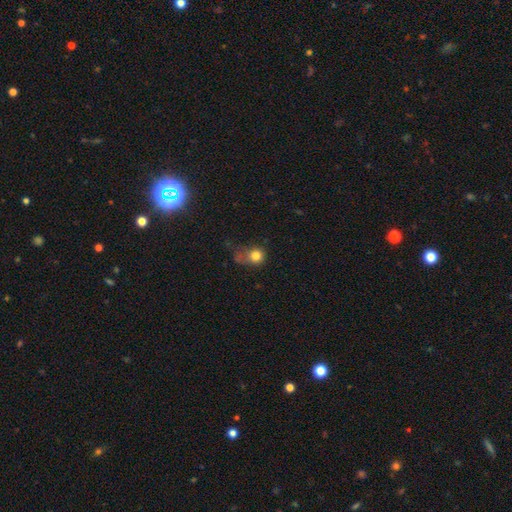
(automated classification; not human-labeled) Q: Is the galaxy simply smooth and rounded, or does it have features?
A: smooth — 79%.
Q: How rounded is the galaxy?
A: round — 77%.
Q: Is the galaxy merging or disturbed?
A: none — 35%.